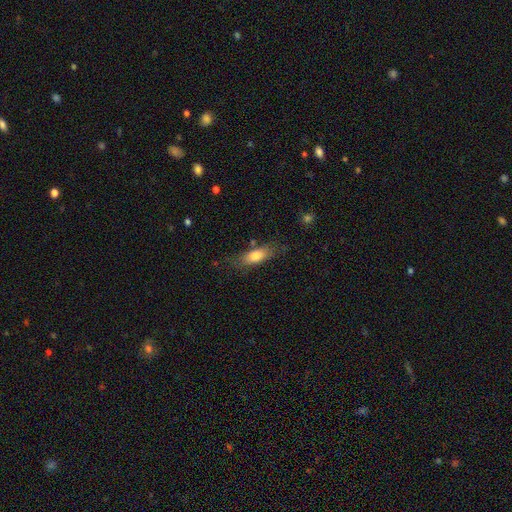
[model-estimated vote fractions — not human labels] Smooth or featured? smooth (75%)
How rounded? in between (68%)
Merging? none (71%)